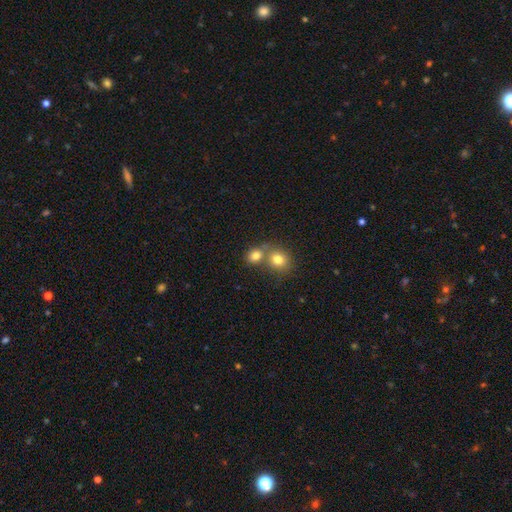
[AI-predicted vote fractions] A smooth galaxy with no disk features (79%) that is round (65%). Merging: none (46%).